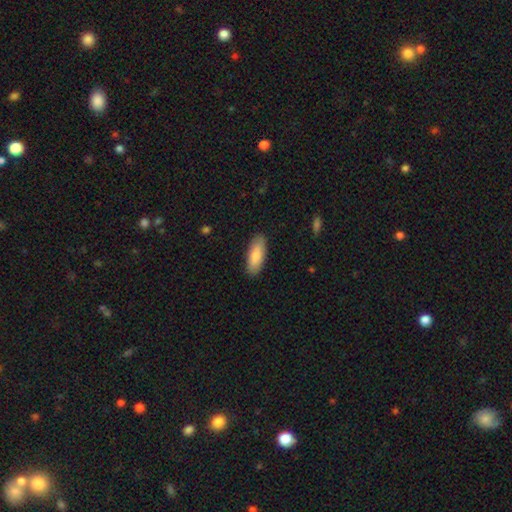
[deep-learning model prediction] A smooth galaxy with no disk features (83%) that is in between round and cigar-shaped (76%).

Vote fractions:
- Smooth or featured? smooth: 83% / featured or disk: 12% / star or artifact: 5%
- How rounded? in between: 76% / cigar-shaped: 22% / round: 2%
- Merging? none: 89% / minor disturbance: 9% / major disturbance: 2% / merger: 1%